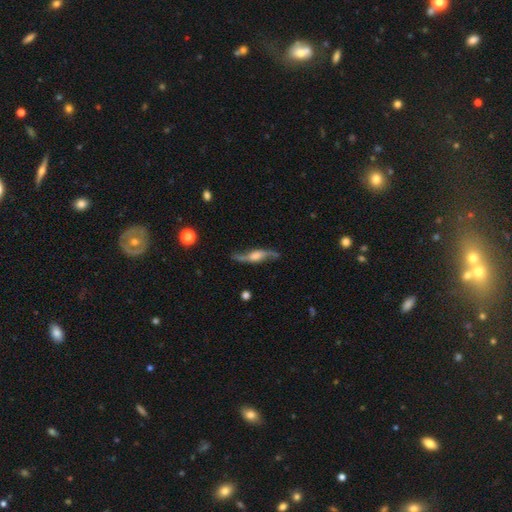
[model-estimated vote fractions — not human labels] A featured or disk galaxy (81%) with no bar (49%), spiral arms (93%) and a moderate central bulge (32%).

Vote fractions:
- Smooth or featured? featured or disk: 81% / smooth: 13% / star or artifact: 6%
- Edge-on disk? no: 64% / yes: 36%
- Bar? no: 49% / weak: 36% / strong: 15%
- Spiral arms? yes: 93% / no: 7%
- Bulge size? moderate: 32% / large: 29% / small: 18% / none: 16% / dominant: 6%
- Merging? none: 74% / minor disturbance: 16% / major disturbance: 7% / merger: 3%